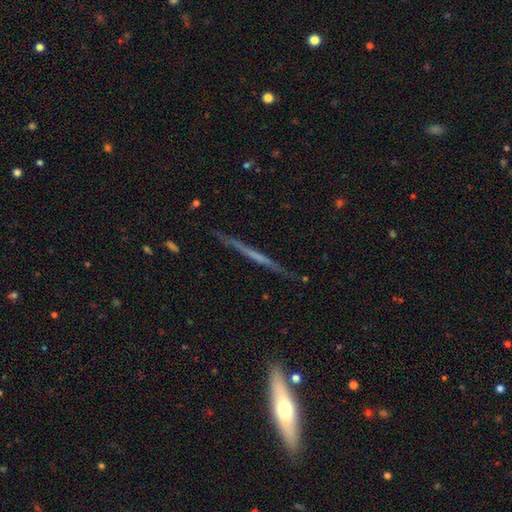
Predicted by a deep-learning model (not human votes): A featured or disk galaxy (63%) viewed edge-on (97%) with no central bulge (84%).

Vote fractions:
- Smooth or featured? featured or disk: 63% / smooth: 30% / star or artifact: 7%
- Edge-on disk? yes: 97% / no: 3%
- Edge-on bulge? none: 84% / rounded: 10% / boxy: 6%
- Merging? none: 88% / minor disturbance: 8% / major disturbance: 2% / merger: 1%